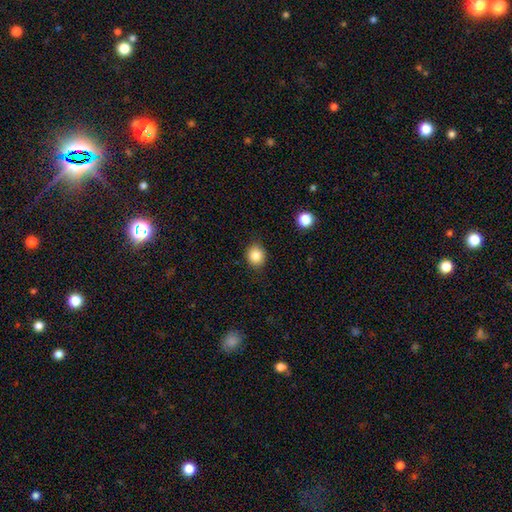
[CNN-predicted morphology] A smooth galaxy with no disk features (84%) that is round (79%). Merging: none (88%).